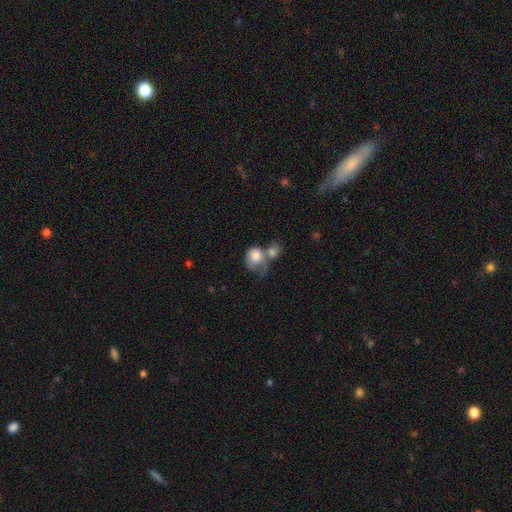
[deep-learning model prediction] Smooth or featured? smooth (75%)
How rounded? round (61%)
Merging? merger (59%)